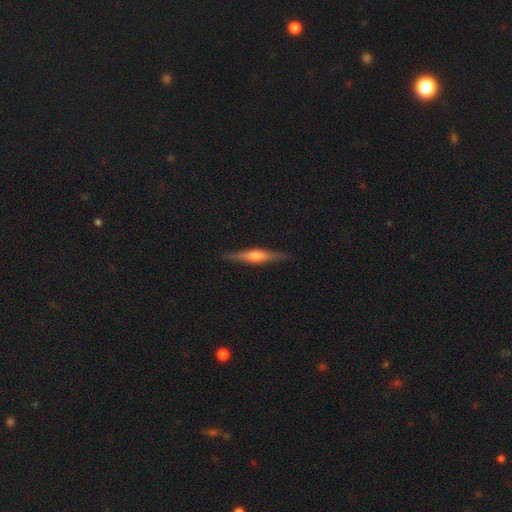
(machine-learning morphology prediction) type=featured or disk (66%); edge-on=yes (97%); edge-on bulge=rounded (85%); merging=none (89%).